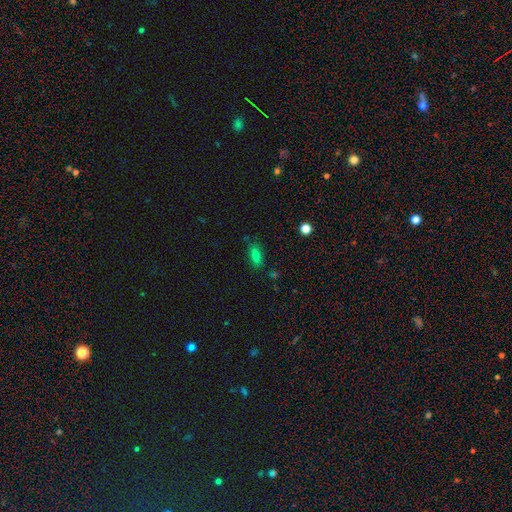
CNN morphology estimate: Smooth or featured? Predicted: smooth (p=0.71). How rounded? Predicted: in between (p=0.76). Merging? Predicted: none (p=0.78).